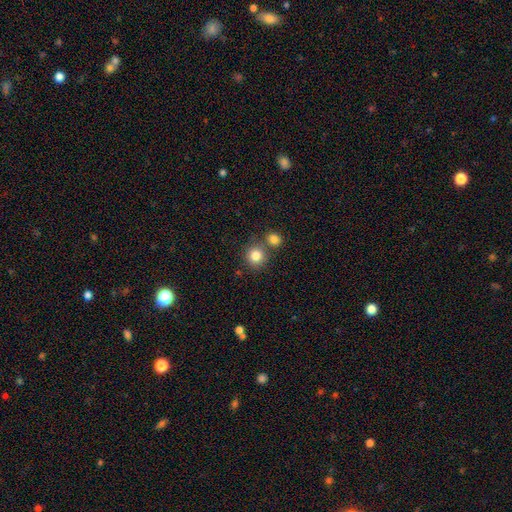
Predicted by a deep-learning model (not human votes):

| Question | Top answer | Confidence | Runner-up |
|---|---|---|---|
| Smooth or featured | smooth | 83% | star or artifact (11%) |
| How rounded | round | 91% | in between (8%) |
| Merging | none | 69% | merger (21%) |